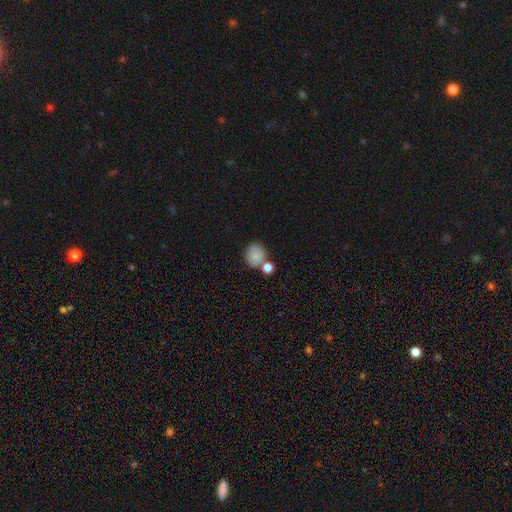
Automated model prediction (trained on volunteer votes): Smooth or featured? smooth (85%)
How rounded? round (74%)
Merging? none (61%)